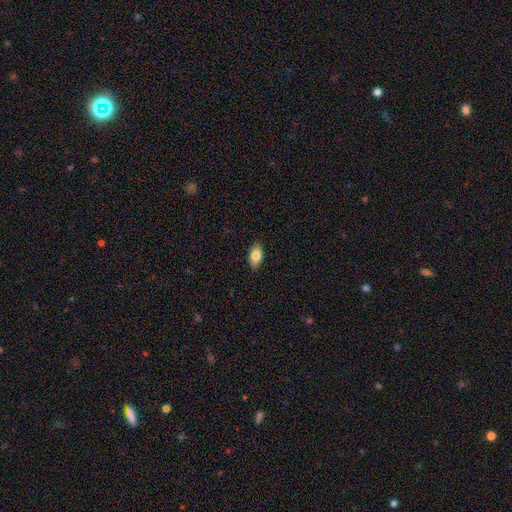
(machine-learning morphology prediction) Q: Smooth or featured?
A: smooth (81%); runner-up: featured or disk (12%)
Q: How rounded?
A: in between (92%); runner-up: round (4%)
Q: Merging?
A: none (89%); runner-up: minor disturbance (9%)